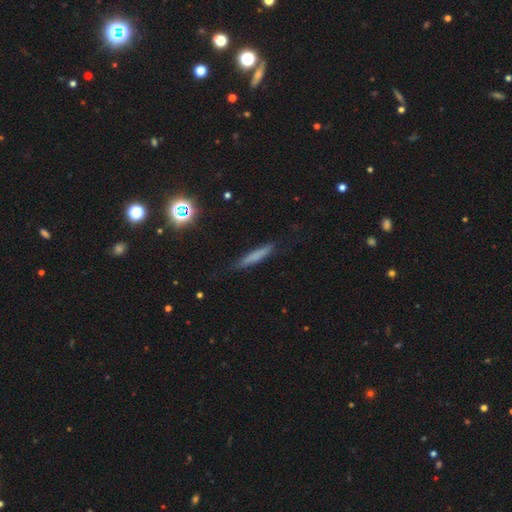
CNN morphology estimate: A smooth galaxy with no disk features (69%) that is cigar-shaped (92%).

Vote fractions:
- Smooth or featured? smooth: 69% / featured or disk: 19% / star or artifact: 11%
- How rounded? cigar-shaped: 92% / in between: 7% / round: 2%
- Merging? none: 83% / minor disturbance: 13% / major disturbance: 3% / merger: 1%